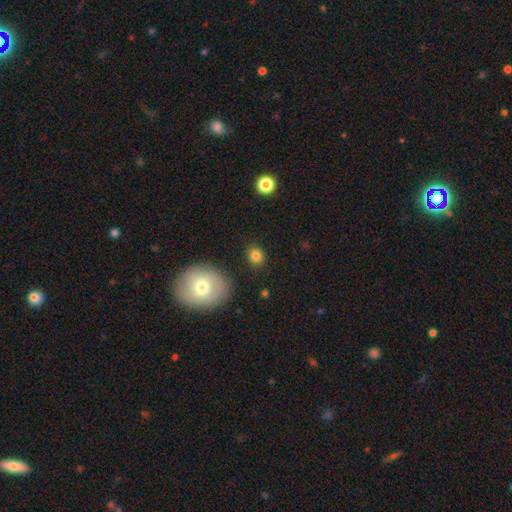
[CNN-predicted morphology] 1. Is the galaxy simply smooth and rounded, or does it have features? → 83% smooth, 11% star or artifact, 6% featured or disk.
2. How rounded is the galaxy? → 70% round, 29% in between, 1% cigar-shaped.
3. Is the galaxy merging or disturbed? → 87% none, 8% minor disturbance, 3% major disturbance, 2% merger.